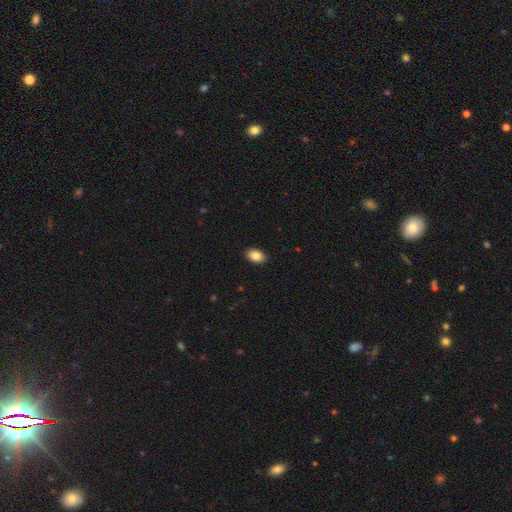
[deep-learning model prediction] smooth 87%, star or artifact 8%, featured or disk 6%. Down the decision tree: how rounded — in between (88%); merging — none (89%).